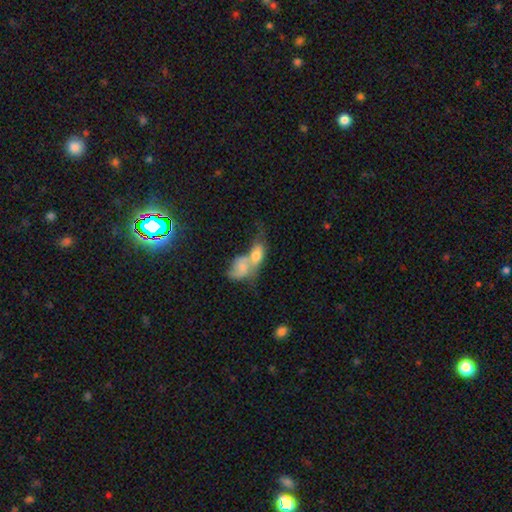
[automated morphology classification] Smooth or featured? smooth (59%)
How rounded? in between (77%)
Merging? merger (78%)